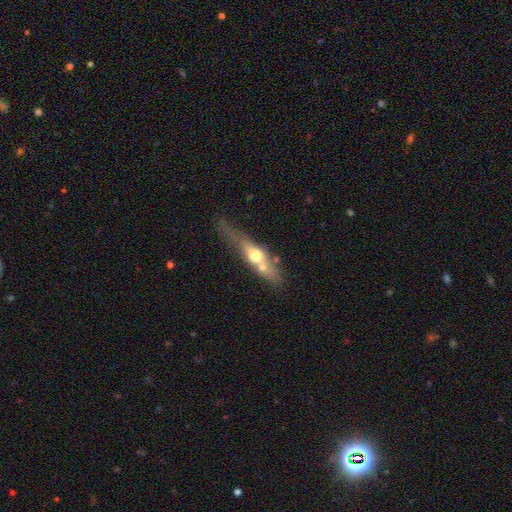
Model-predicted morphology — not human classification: Overall: featured or disk (50%; smooth 43%). Edge-on disk: yes (68%; no 32%). Merging: none (39%; merger 29%).